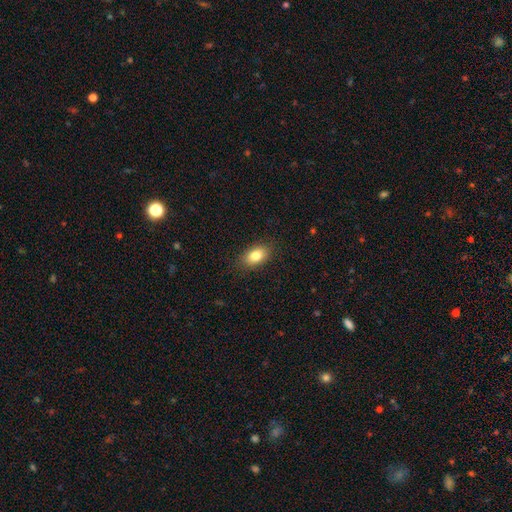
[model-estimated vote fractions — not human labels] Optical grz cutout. It shows a smooth galaxy with no disk features (82%) that is in between round and cigar-shaped (87%). Merging: none (87%).